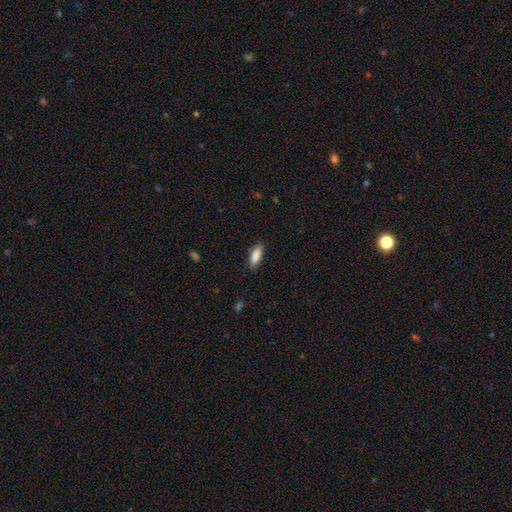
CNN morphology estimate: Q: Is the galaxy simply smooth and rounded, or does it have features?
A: smooth — 86%.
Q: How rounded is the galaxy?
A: in between — 66%.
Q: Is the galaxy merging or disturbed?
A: none — 84%.